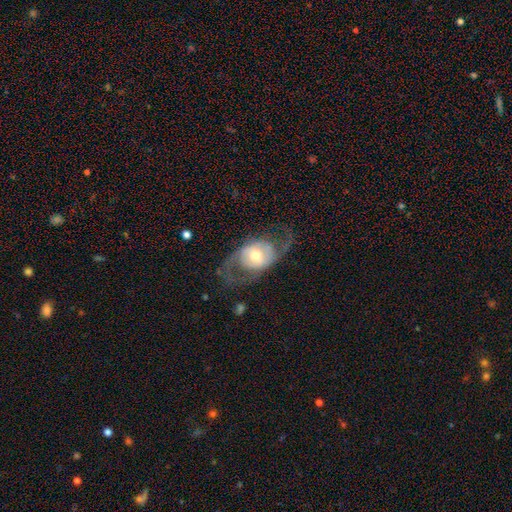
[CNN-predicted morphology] Overall: featured or disk (72%). Edge-on disk: no (92%). Bar: no (59%; weak 30%). Spiral arms: yes (71%). Bulge size: moderate (64%). Merging: none (63%).